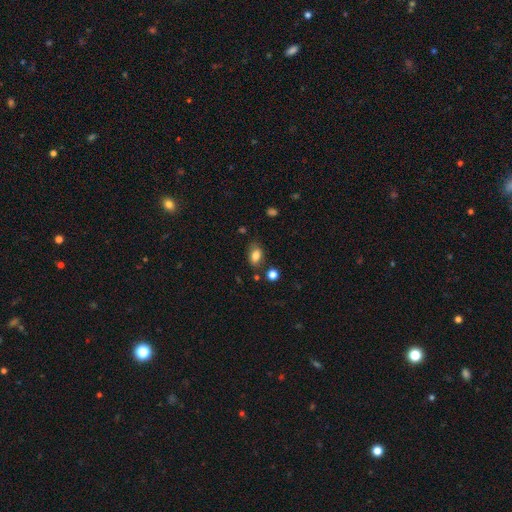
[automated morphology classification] The model was most divided on "merging": none: 74%, minor disturbance: 17%, merger: 4%, major disturbance: 4%. More confident: how rounded — in between (85%); smooth or featured — smooth (80%).